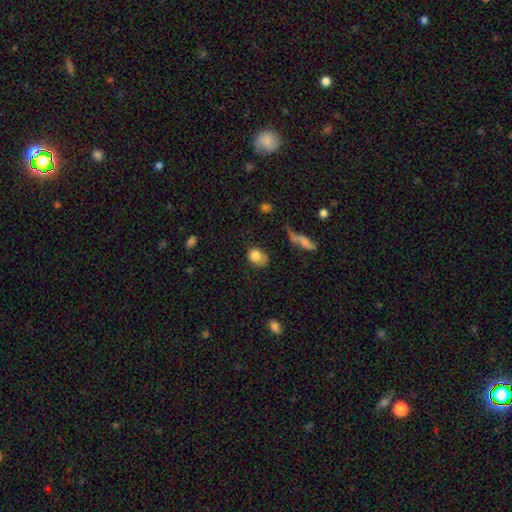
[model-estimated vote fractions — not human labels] smooth_or_featured: smooth (p=0.80) [alt: featured or disk p=0.11]
how_rounded: in between (p=0.55) [alt: round p=0.43]
merging: none (p=0.46) [alt: minor disturbance p=0.31]